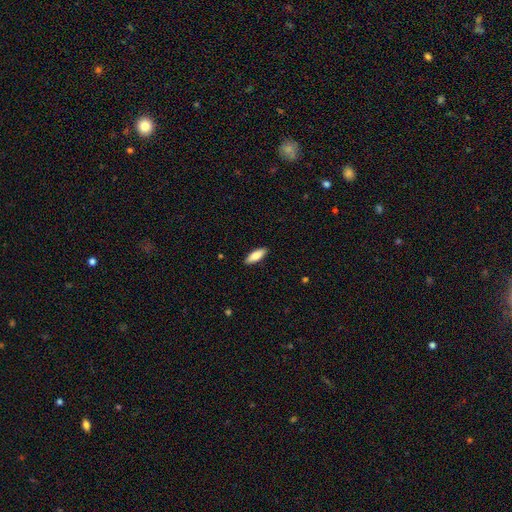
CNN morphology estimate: smooth-or-featured: smooth: 82% | featured or disk: 13% | star or artifact: 6%
  how-rounded: in between: 65% | cigar-shaped: 33% | round: 2%
  merging: none: 89% | minor disturbance: 8% | major disturbance: 2% | merger: 1%